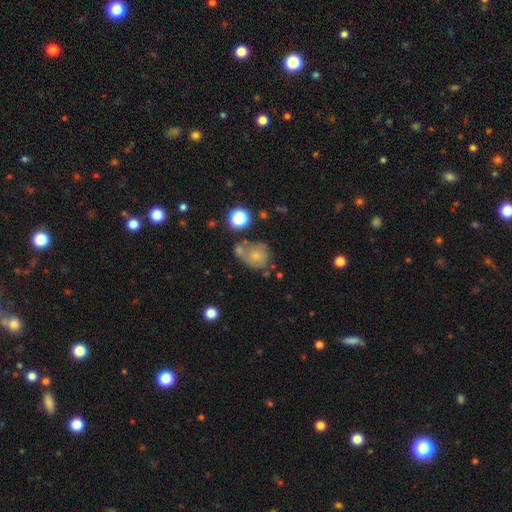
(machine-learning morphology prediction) Overall: smooth (65%). How rounded: round (70%). Merging: none (37%; merger 34%).